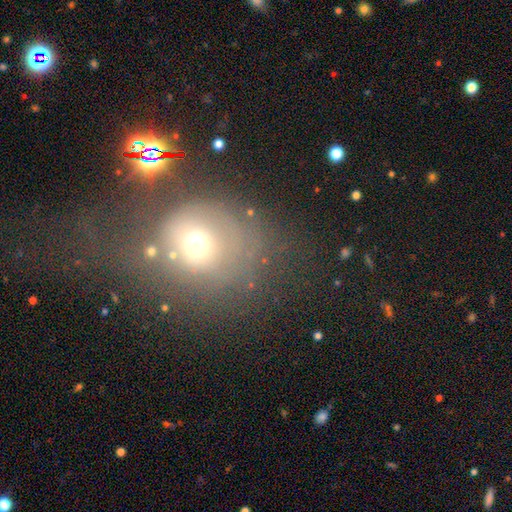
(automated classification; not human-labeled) Smooth or featured?
  - smooth: 52% *
  - star or artifact: 26%
  - featured or disk: 22%
How rounded?
  - round: 68% *
  - in between: 31%
  - cigar-shaped: 1%
Merging?
  - none: 41% *
  - major disturbance: 27%
  - minor disturbance: 19%
  - merger: 13%